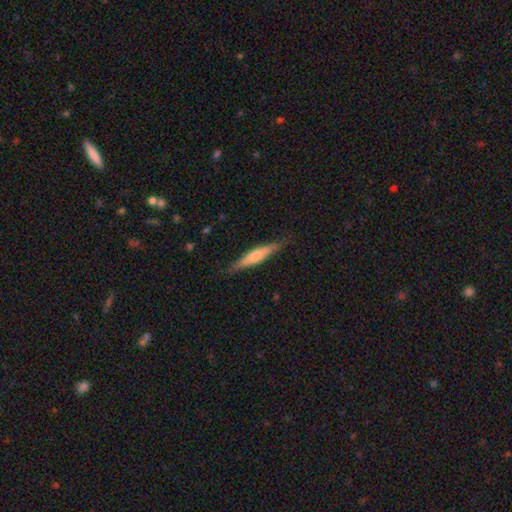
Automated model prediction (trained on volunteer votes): Smooth or featured? featured or disk (48%)
Merging? none (83%)